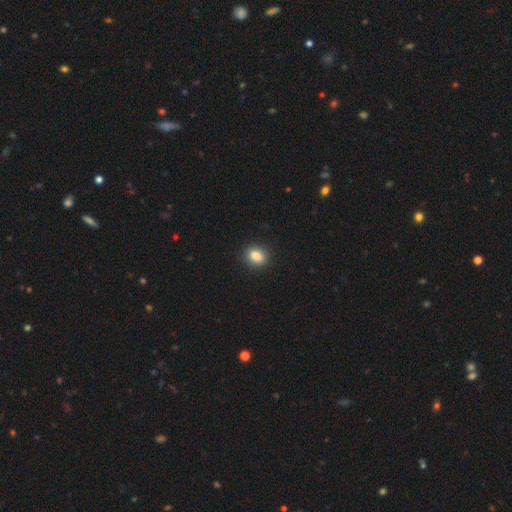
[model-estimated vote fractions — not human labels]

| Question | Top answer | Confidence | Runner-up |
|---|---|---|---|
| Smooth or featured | smooth | 85% | star or artifact (10%) |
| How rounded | in between | 58% | round (41%) |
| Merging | none | 90% | minor disturbance (7%) |